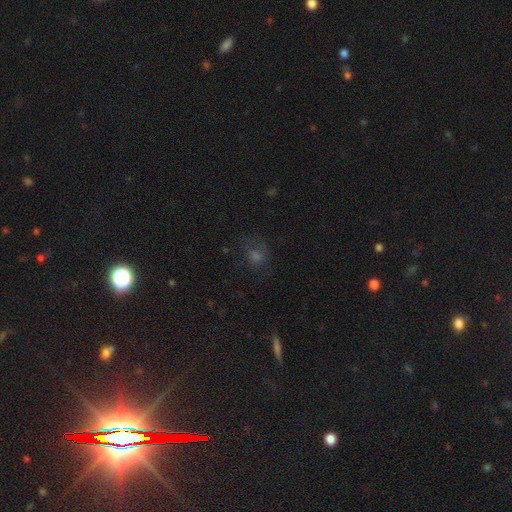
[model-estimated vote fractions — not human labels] Morphology: type=smooth (49%); merging=none (63%).